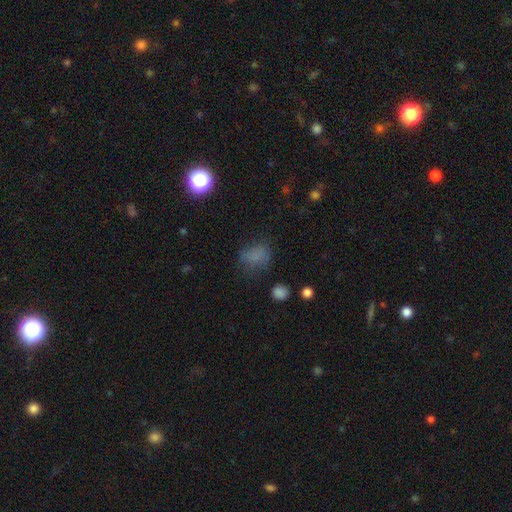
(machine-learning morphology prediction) smooth 70%, star or artifact 20%, featured or disk 10%. Down the decision tree: how rounded — in between (64%); merging — none (57%).